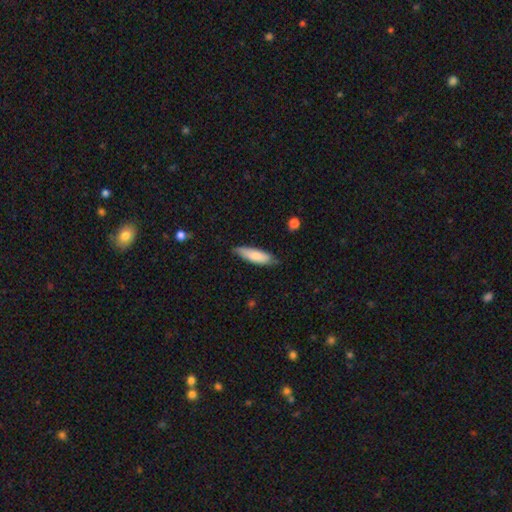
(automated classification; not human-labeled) This appears to be a smooth galaxy with no disk features (82%) that is cigar-shaped (53%). Merging: none (73%).